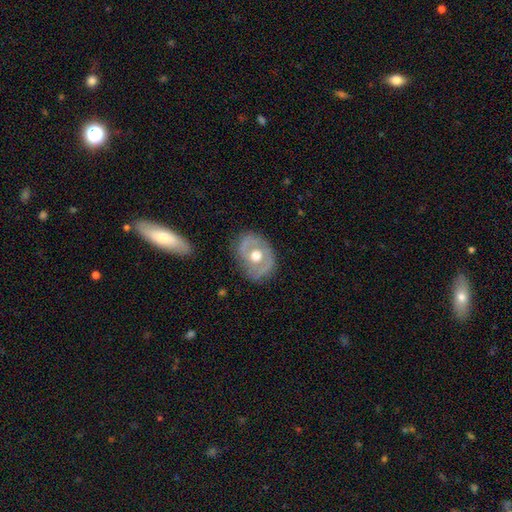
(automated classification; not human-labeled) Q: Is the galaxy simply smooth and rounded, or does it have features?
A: featured or disk — 62%.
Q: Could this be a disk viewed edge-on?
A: no — 94%.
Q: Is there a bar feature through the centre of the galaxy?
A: no — 82%.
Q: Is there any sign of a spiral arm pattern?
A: no — 65%.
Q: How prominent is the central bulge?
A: moderate — 69%.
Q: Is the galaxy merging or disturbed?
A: none — 72%.